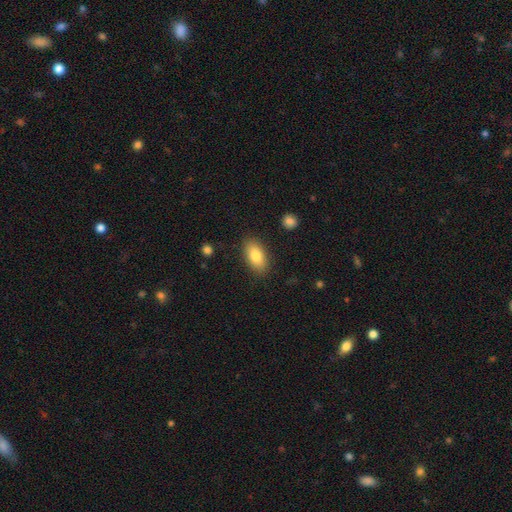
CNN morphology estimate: type=smooth (82%); roundness=in between (92%); merging=none (86%).